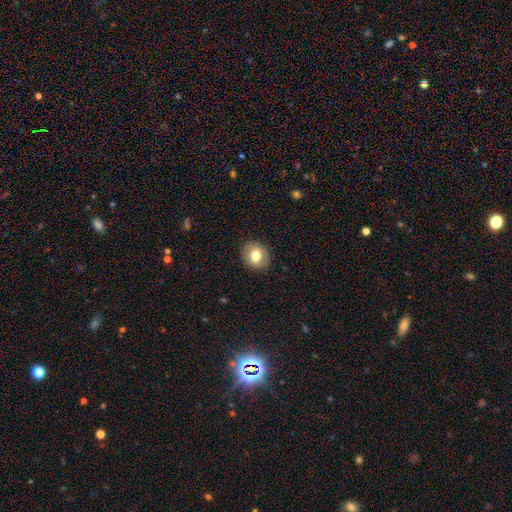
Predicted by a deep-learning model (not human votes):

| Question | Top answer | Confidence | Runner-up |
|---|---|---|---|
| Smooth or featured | smooth | 75% | featured or disk (16%) |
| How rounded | round | 72% | in between (27%) |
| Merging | none | 90% | minor disturbance (7%) |